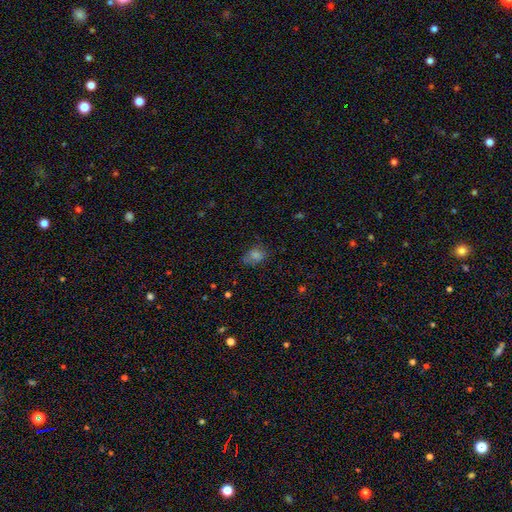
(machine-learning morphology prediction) The model was most divided on "how rounded": in between: 60%, round: 38%, cigar-shaped: 2%. More confident: merging — none (65%); smooth or featured — smooth (60%).